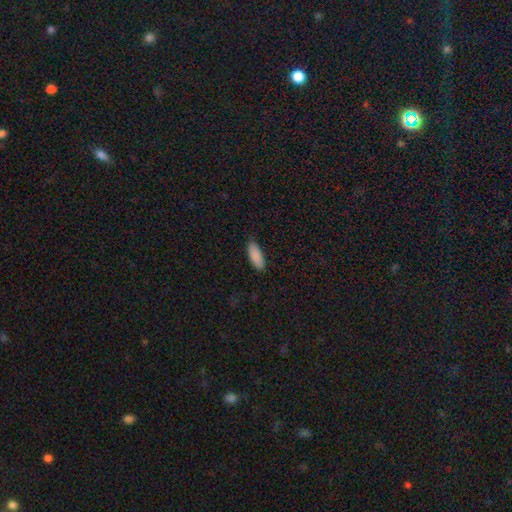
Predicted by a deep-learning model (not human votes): Q: Smooth or featured?
A: smooth (90%); runner-up: star or artifact (6%)
Q: How rounded?
A: in between (77%); runner-up: cigar-shaped (22%)
Q: Merging?
A: none (86%); runner-up: minor disturbance (11%)